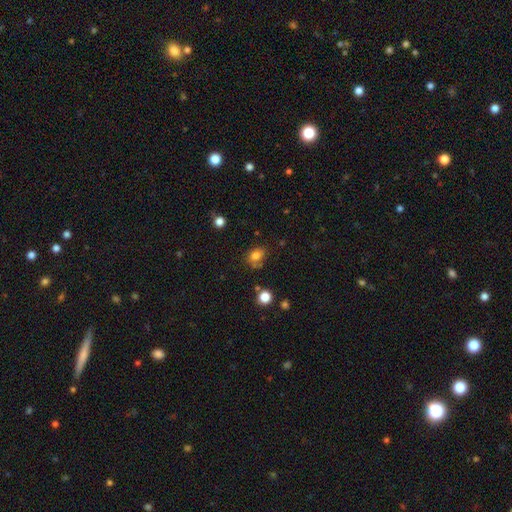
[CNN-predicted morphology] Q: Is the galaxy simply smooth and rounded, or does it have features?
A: smooth — 79%.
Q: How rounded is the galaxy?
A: in between — 64%.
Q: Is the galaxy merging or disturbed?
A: none — 65%.